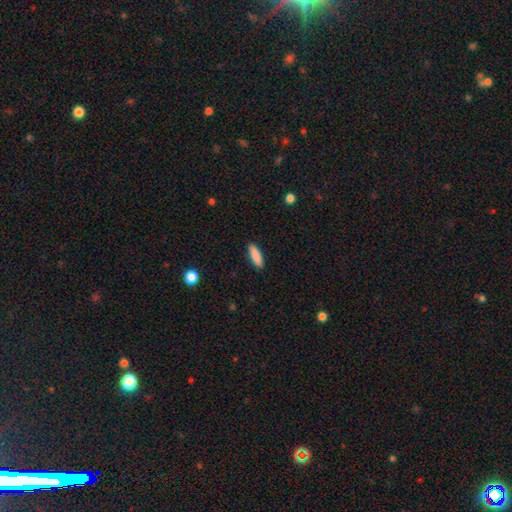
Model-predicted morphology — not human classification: The model was most divided on "how rounded": cigar-shaped: 54%, in between: 44%, round: 2%. More confident: merging — none (88%); smooth or featured — smooth (88%).